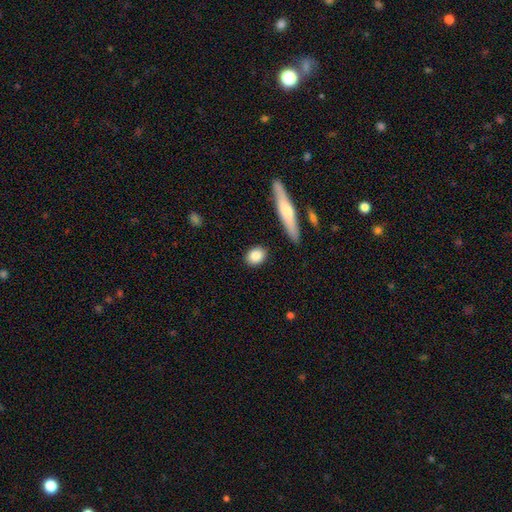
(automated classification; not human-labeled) A smooth galaxy with no disk features (85%) that is in between round and cigar-shaped (57%). Merging: none (88%).